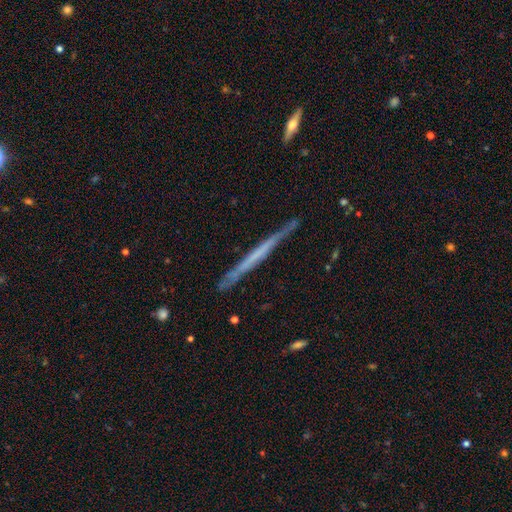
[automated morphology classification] featured or disk 61%, smooth 33%, star or artifact 6%. Down the decision tree: edge-on disk — yes (96%); edge-on bulge — none (87%); merging — none (85%).